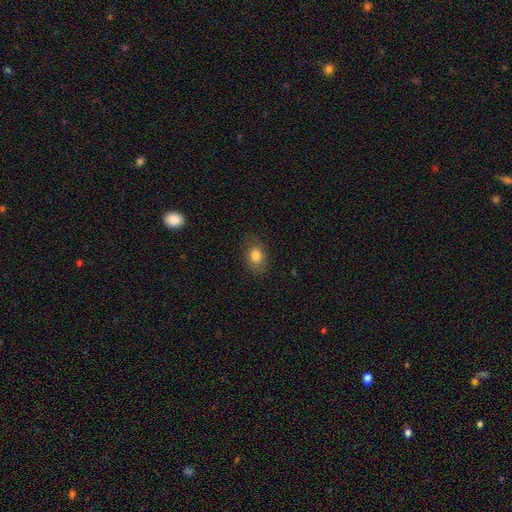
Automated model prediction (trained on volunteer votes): smooth-or-featured: smooth: 81% | star or artifact: 10% | featured or disk: 9%
  how-rounded: in between: 69% | round: 29% | cigar-shaped: 1%
  merging: none: 78% | minor disturbance: 16% | major disturbance: 5% | merger: 1%